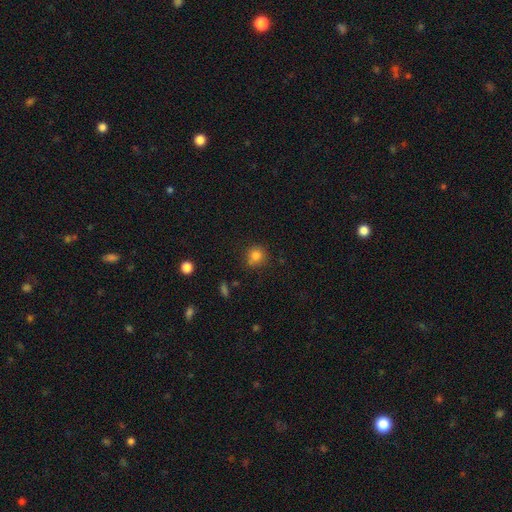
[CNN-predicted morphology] Smooth or featured?
  - smooth: 81% *
  - star or artifact: 12%
  - featured or disk: 7%
How rounded?
  - round: 89% *
  - in between: 10%
  - cigar-shaped: 1%
Merging?
  - none: 75% *
  - minor disturbance: 15%
  - merger: 7%
  - major disturbance: 4%